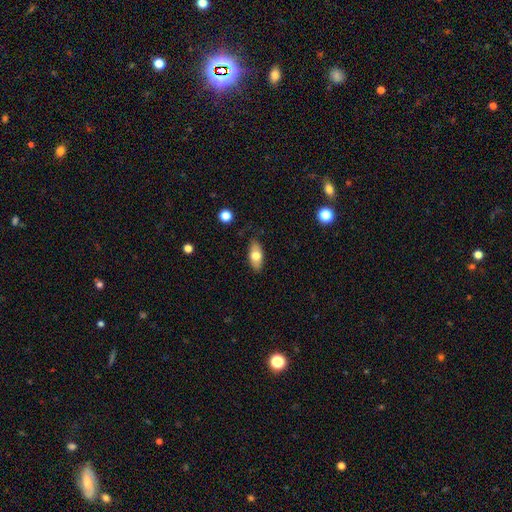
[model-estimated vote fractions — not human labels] This is likely a smooth galaxy (72%). How rounded: clearly in between (88%). Merging: clearly none (84%).